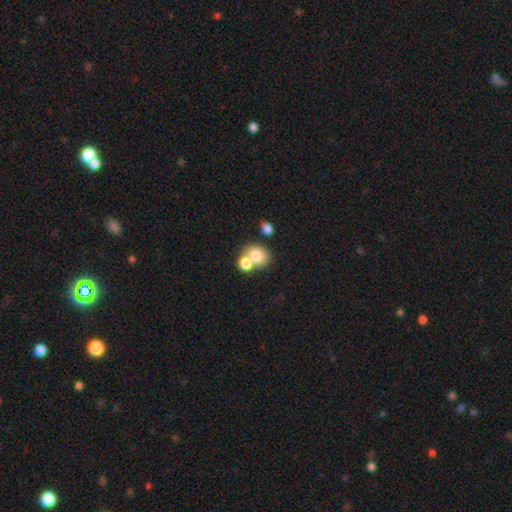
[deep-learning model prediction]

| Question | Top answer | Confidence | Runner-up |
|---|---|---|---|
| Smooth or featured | smooth | 75% | featured or disk (15%) |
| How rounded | round | 64% | in between (35%) |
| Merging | merger | 52% | none (37%) |